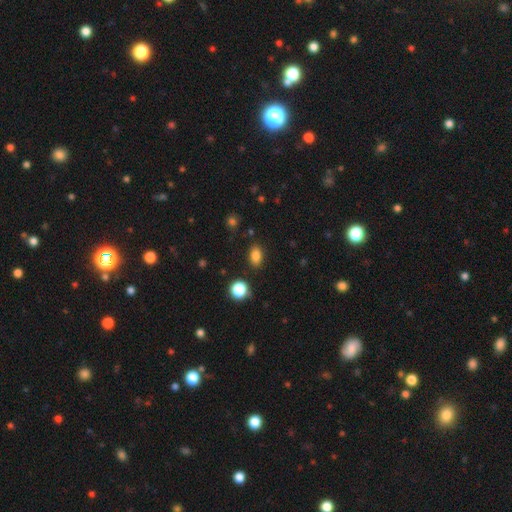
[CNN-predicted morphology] The model was most divided on "how rounded": in between: 82%, round: 16%, cigar-shaped: 2%. More confident: merging — none (86%); smooth or featured — smooth (84%).